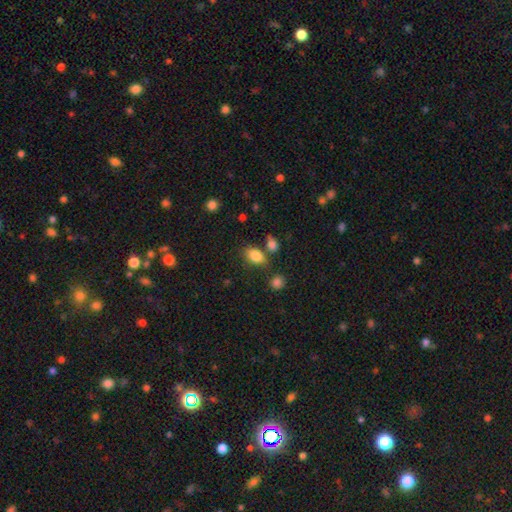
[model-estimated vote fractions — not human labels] smooth-or-featured: smooth: 83% | star or artifact: 10% | featured or disk: 8%
  how-rounded: in between: 85% | round: 13% | cigar-shaped: 2%
  merging: none: 65% | minor disturbance: 16% | merger: 14% | major disturbance: 5%